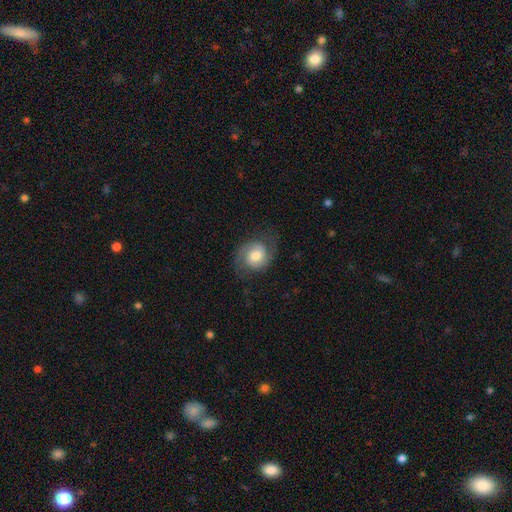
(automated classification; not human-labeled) Smooth or featured? featured or disk (68%)
Edge-on disk? no (98%)
Bar? no (64%)
Spiral arms? yes (93%)
Spiral winding? medium (48%)
Spiral arm count? 2 (89%)
Bulge size? moderate (59%)
Merging? none (73%)